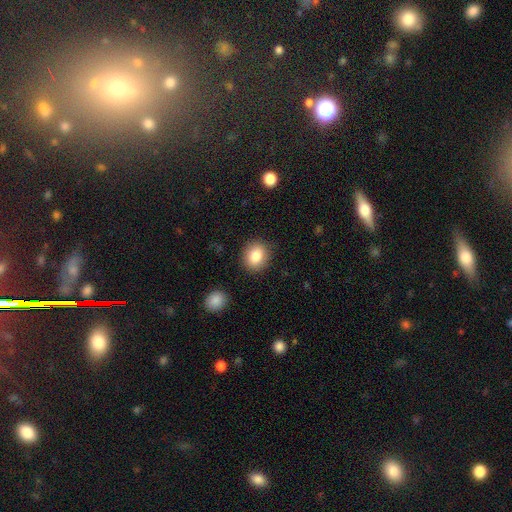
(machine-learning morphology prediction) The model was most divided on "how rounded": round: 72%, in between: 27%, cigar-shaped: 1%. More confident: merging — none (88%); smooth or featured — smooth (83%).